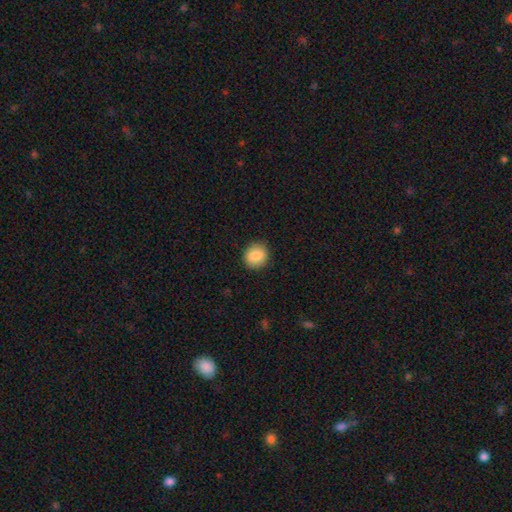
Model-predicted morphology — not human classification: smooth-or-featured: smooth: 85% | star or artifact: 8% | featured or disk: 7%
  how-rounded: round: 74% | in between: 25% | cigar-shaped: 1%
  merging: none: 89% | minor disturbance: 8% | major disturbance: 2% | merger: 1%